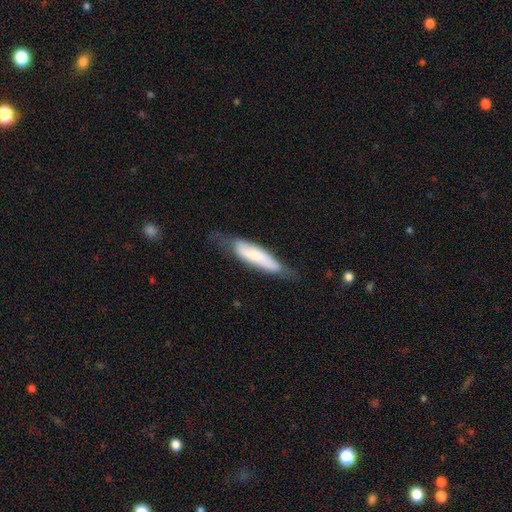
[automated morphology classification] Smooth or featured?
  - smooth: 60% *
  - featured or disk: 34%
  - star or artifact: 6%
How rounded?
  - cigar-shaped: 67% *
  - in between: 31%
  - round: 2%
Merging?
  - none: 53% *
  - minor disturbance: 32%
  - major disturbance: 13%
  - merger: 2%